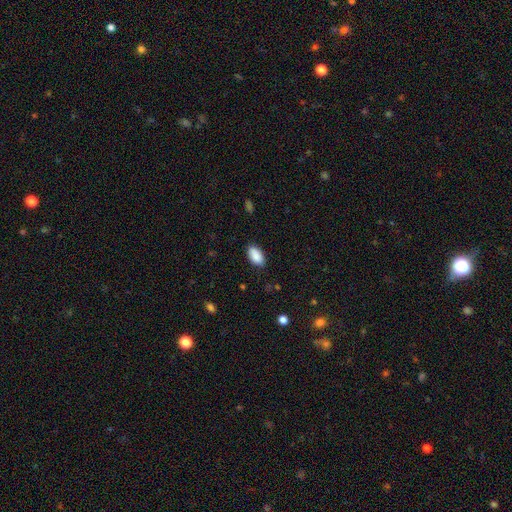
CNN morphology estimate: Smooth or featured?
  - smooth: 89% *
  - star or artifact: 7%
  - featured or disk: 4%
How rounded?
  - in between: 94% *
  - round: 3%
  - cigar-shaped: 3%
Merging?
  - none: 84% *
  - minor disturbance: 12%
  - major disturbance: 3%
  - merger: 1%